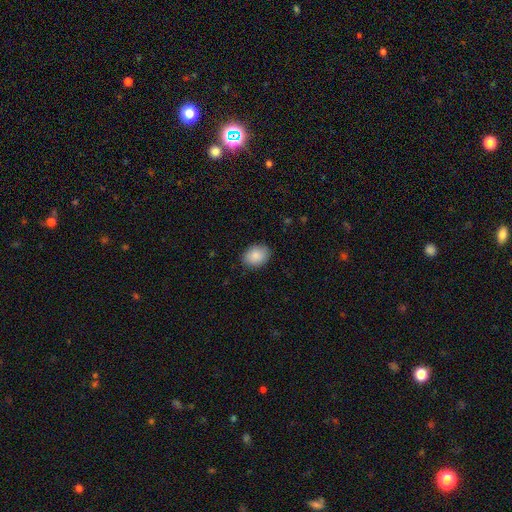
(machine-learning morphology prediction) Smooth or featured? smooth (88%)
How rounded? in between (67%)
Merging? none (86%)